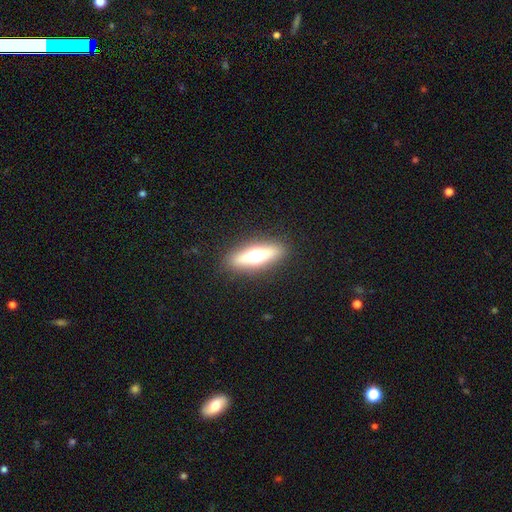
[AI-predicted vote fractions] Smooth or featured: featured or disk — 49% (smooth — 42%)
Merging: none — 88% (minor disturbance — 8%)